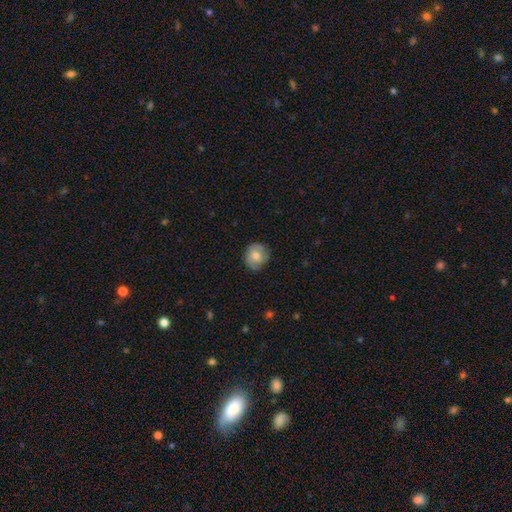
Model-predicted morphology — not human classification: Overall: smooth (67%). How rounded: round (82%). Merging: none (78%).